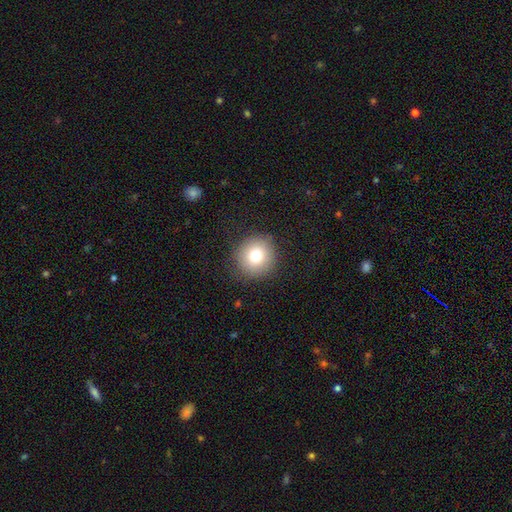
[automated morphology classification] Smooth or featured? smooth (75%)
How rounded? round (94%)
Merging? none (88%)